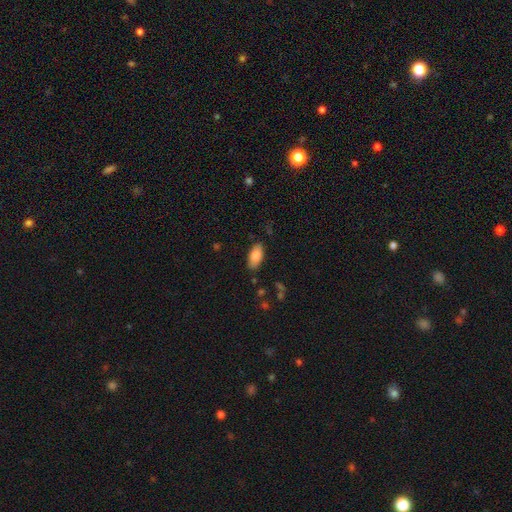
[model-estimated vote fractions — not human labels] This is clearly a smooth galaxy (85%). How rounded: clearly in between (90%). Merging: clearly none (83%).